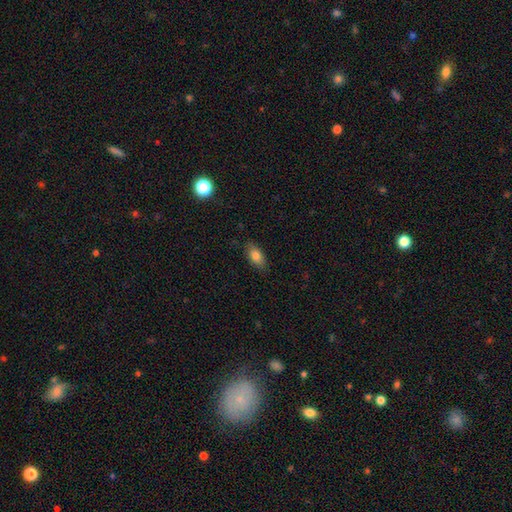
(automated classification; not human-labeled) smooth-or-featured: smooth: 82% | featured or disk: 10% | star or artifact: 8%
  how-rounded: in between: 88% | cigar-shaped: 7% | round: 4%
  merging: none: 84% | minor disturbance: 12% | major disturbance: 3% | merger: 1%